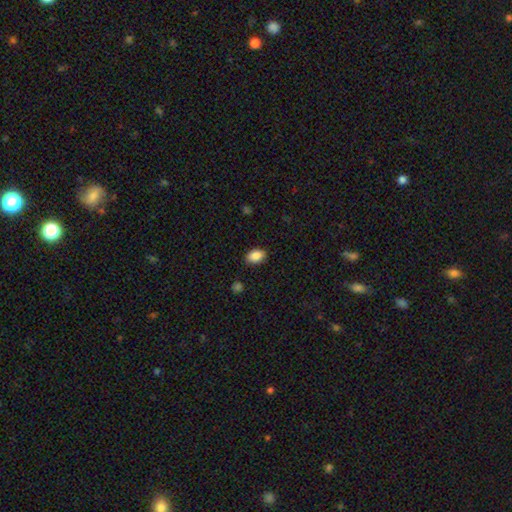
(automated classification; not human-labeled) A smooth galaxy with no disk features (88%) that is in between round and cigar-shaped (84%).

Vote fractions:
- Smooth or featured? smooth: 88% / star or artifact: 8% / featured or disk: 4%
- How rounded? in between: 84% / round: 15% / cigar-shaped: 1%
- Merging? none: 84% / minor disturbance: 12% / major disturbance: 3% / merger: 1%